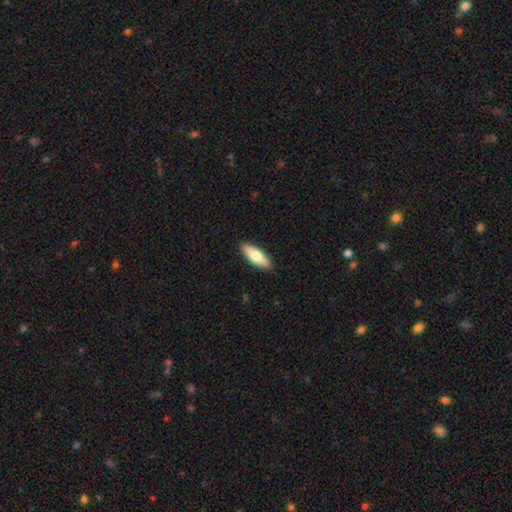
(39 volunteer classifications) Volunteers were most divided on "how rounded": cigar-shaped: 56%, in between: 44%, round: 0%. More confident: merging — none (87%); smooth or featured — smooth (64%).